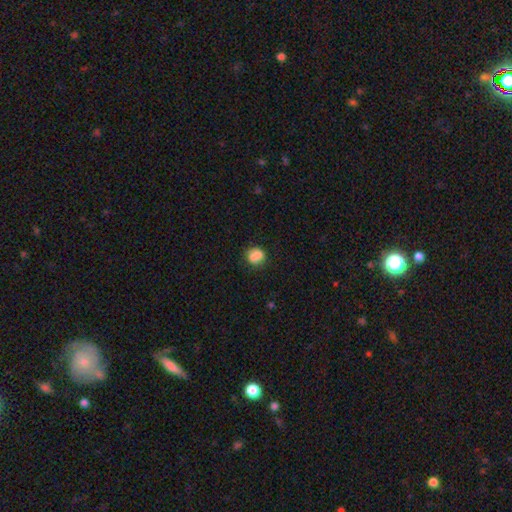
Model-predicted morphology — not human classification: type=smooth (78%); roundness=round (68%); merging=none (53%).